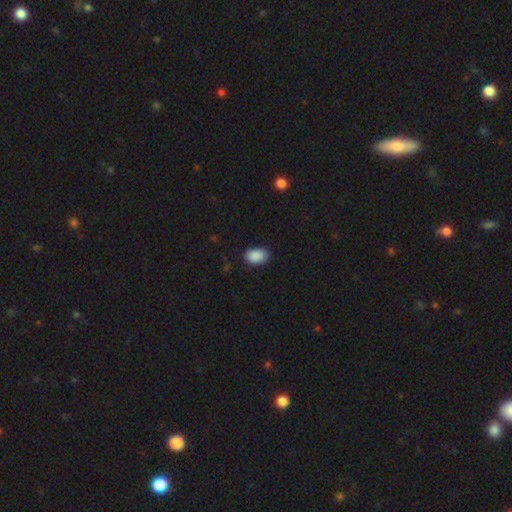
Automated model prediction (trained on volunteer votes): Smooth or featured? smooth (89%)
How rounded? in between (86%)
Merging? none (82%)